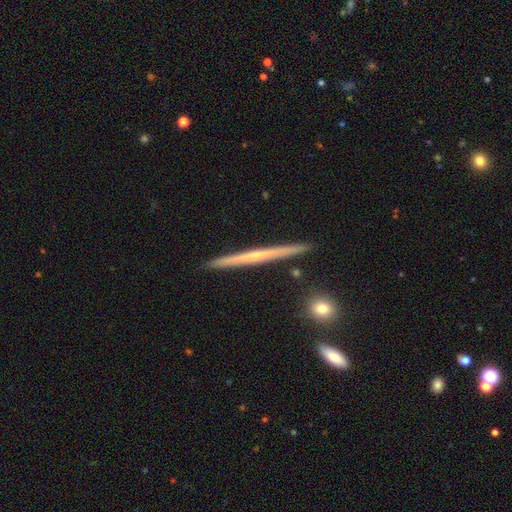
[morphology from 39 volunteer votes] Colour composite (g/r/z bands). It shows a featured or disk galaxy (85%) viewed edge-on (100%) with a rounded central bulge (61%). Merging: none (97%).